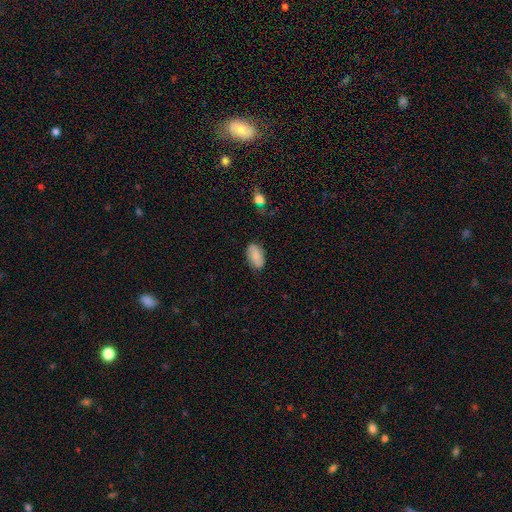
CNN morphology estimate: smooth-or-featured: smooth: 80% | featured or disk: 13% | star or artifact: 7%
  how-rounded: in between: 93% | round: 4% | cigar-shaped: 2%
  merging: none: 81% | minor disturbance: 15% | major disturbance: 3% | merger: 2%